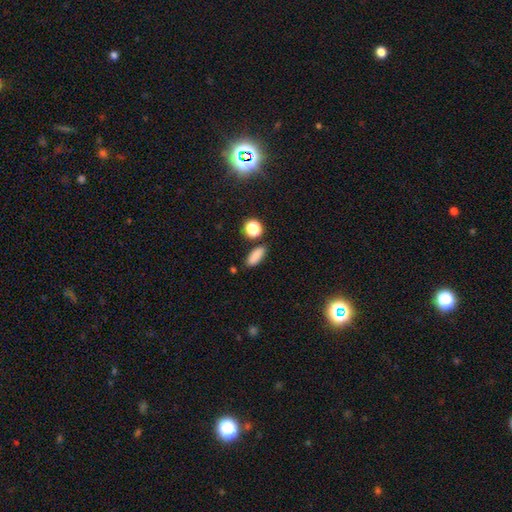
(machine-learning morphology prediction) Smooth or featured? smooth (84%)
How rounded? in between (69%)
Merging? none (82%)